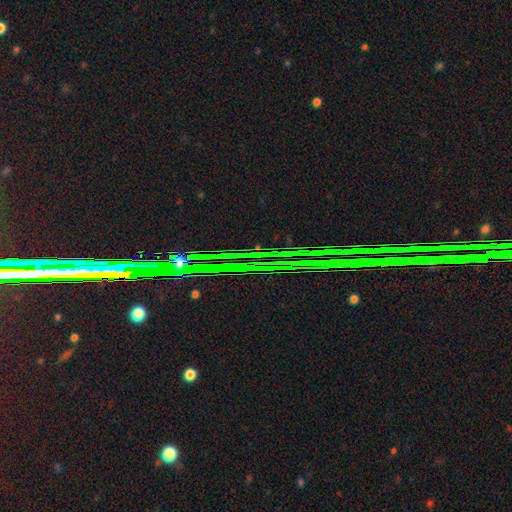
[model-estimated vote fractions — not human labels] smooth-or-featured: star or artifact: 75% | smooth: 13% | featured or disk: 12%